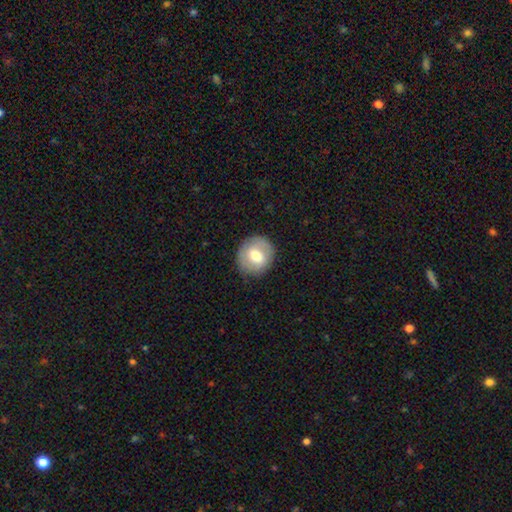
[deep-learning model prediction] Smooth or featured? smooth (62%)
How rounded? round (84%)
Merging? none (86%)